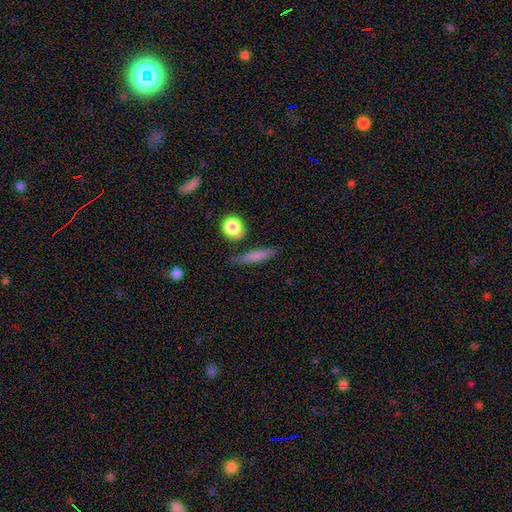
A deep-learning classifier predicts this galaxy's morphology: Smooth or featured? Predicted: smooth (p=0.70). How rounded? Predicted: cigar-shaped (p=0.79). Merging? Predicted: none (p=0.80).